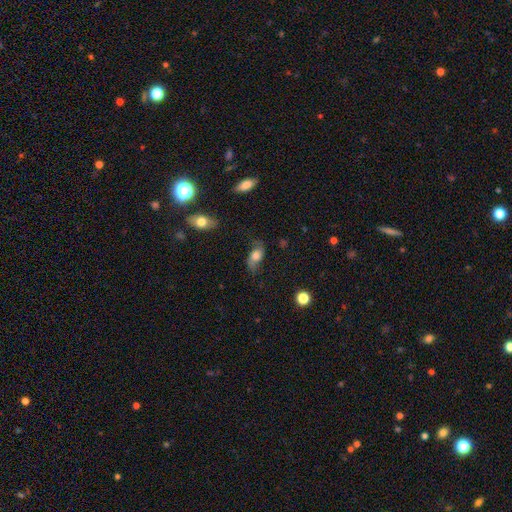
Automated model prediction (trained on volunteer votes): smooth 52%, featured or disk 38%, star or artifact 10%. Down the decision tree: how rounded — in between (82%); merging — none (62%).